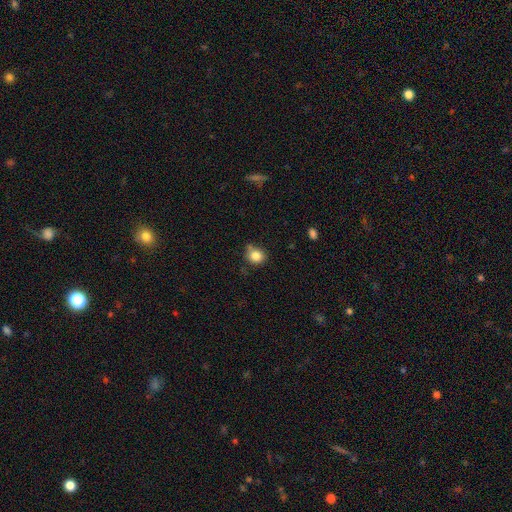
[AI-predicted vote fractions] A smooth galaxy with no disk features (84%) that is round (72%). Merging: none (67%).